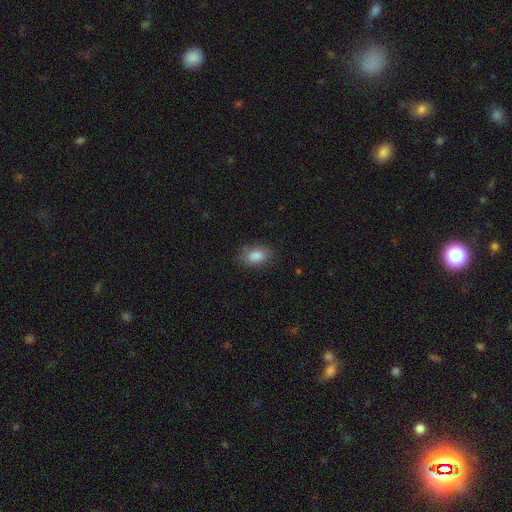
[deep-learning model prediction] smooth 87%, star or artifact 8%, featured or disk 5%. Down the decision tree: how rounded — in between (87%); merging — none (78%).